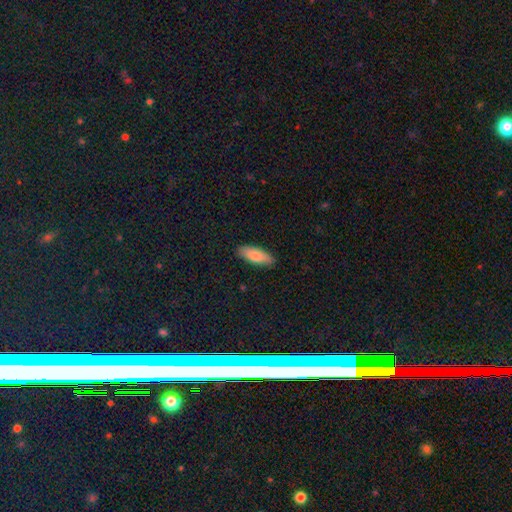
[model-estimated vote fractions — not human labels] This is clearly a smooth galaxy (81%). How rounded: likely in between (68%). Merging: clearly none (86%).